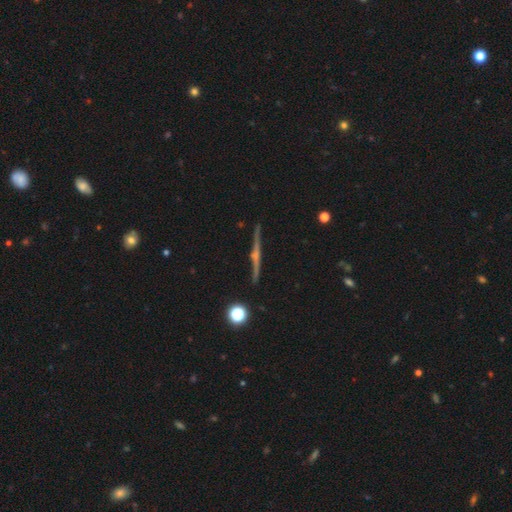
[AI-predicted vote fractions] This appears to be a featured or disk galaxy (63%) viewed edge-on (90%) with a rounded central bulge (71%). Merging: none (82%).